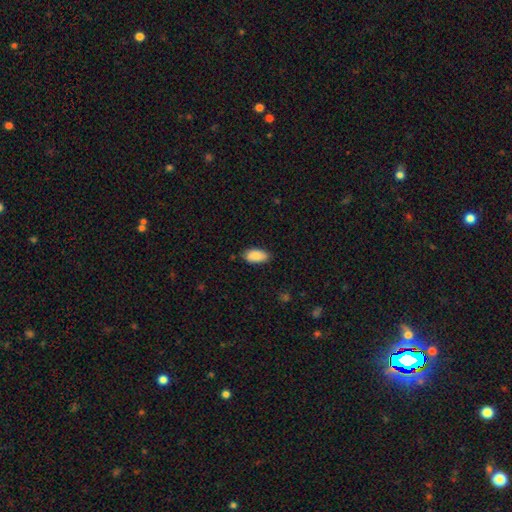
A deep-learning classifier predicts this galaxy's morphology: smooth-or-featured: smooth: 89% | star or artifact: 6% | featured or disk: 5%
  how-rounded: in between: 94% | cigar-shaped: 4% | round: 2%
  merging: none: 84% | minor disturbance: 13% | major disturbance: 2% | merger: 1%